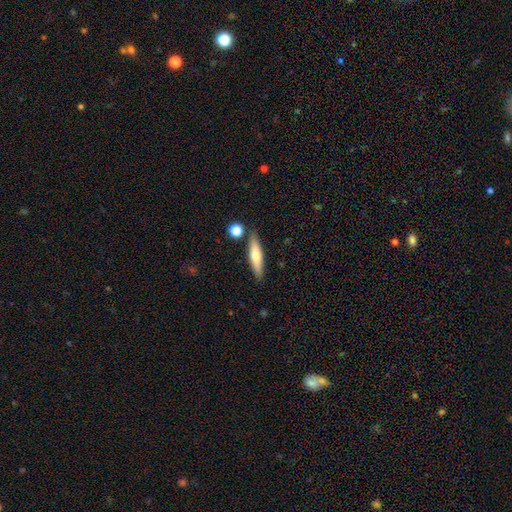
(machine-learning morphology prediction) The model was most divided on "smooth or featured": smooth: 62%, featured or disk: 32%, star or artifact: 6%. More confident: merging — none (83%); how rounded — cigar-shaped (78%).